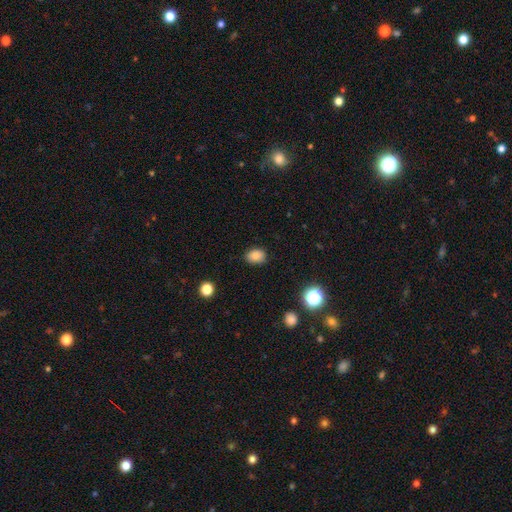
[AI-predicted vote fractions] This is clearly a smooth galaxy (84%). How rounded: likely in between (67%). Merging: clearly none (84%).